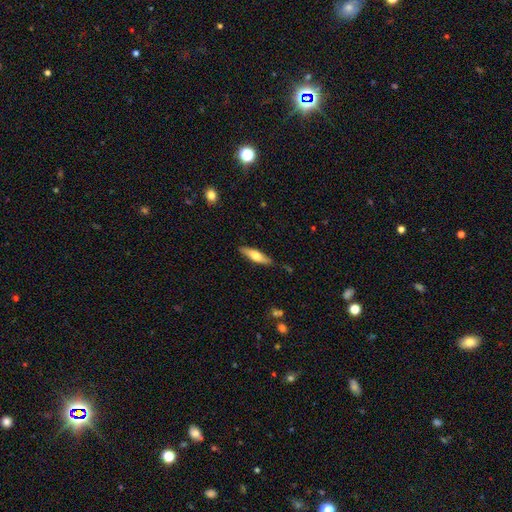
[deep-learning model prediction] Overall: smooth (60%; featured or disk 34%). How rounded: cigar-shaped (64%; in between 34%). Merging: none (83%).